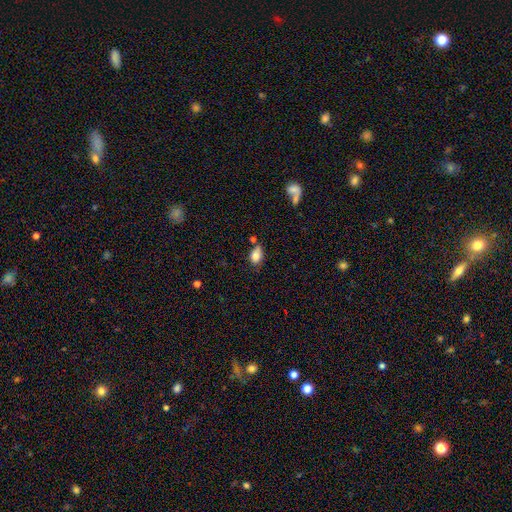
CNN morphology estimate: Smooth or featured?
  - smooth: 81% *
  - featured or disk: 9%
  - star or artifact: 9%
How rounded?
  - in between: 80% *
  - round: 18%
  - cigar-shaped: 2%
Merging?
  - none: 54% *
  - minor disturbance: 25%
  - merger: 14%
  - major disturbance: 7%